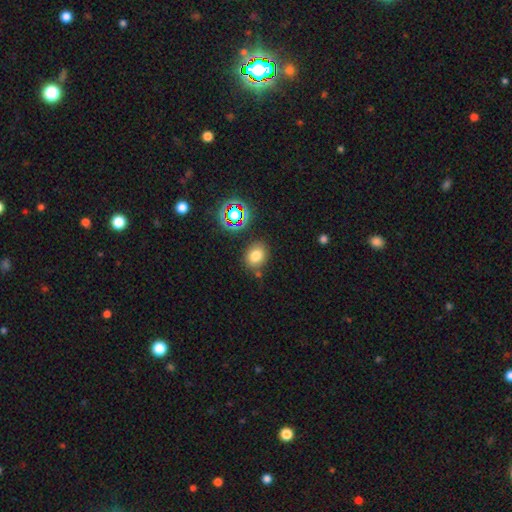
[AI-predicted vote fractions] This is likely a smooth galaxy (74%). How rounded: possibly round (52%). Merging: likely none (78%).